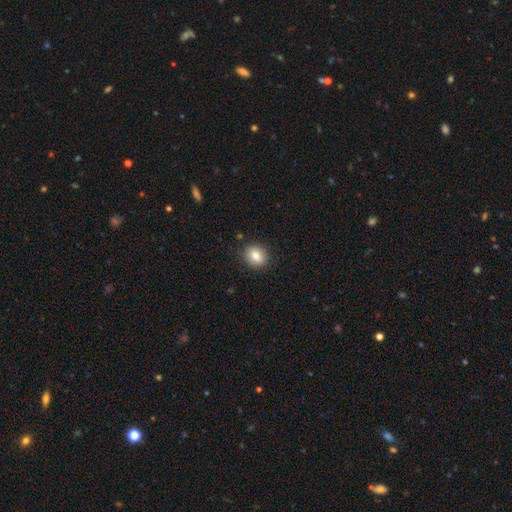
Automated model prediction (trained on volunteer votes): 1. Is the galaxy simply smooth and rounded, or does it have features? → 82% smooth, 9% star or artifact, 9% featured or disk.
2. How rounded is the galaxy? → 65% round, 34% in between, 1% cigar-shaped.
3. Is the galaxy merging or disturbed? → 88% none, 9% minor disturbance, 2% major disturbance, 1% merger.